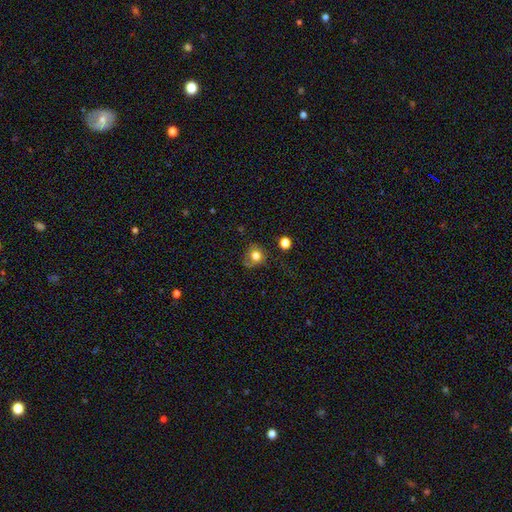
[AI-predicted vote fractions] Smooth or featured: smooth — 74% (featured or disk — 14%)
How rounded: round — 79% (in between — 20%)
Merging: none — 57% (minor disturbance — 25%)